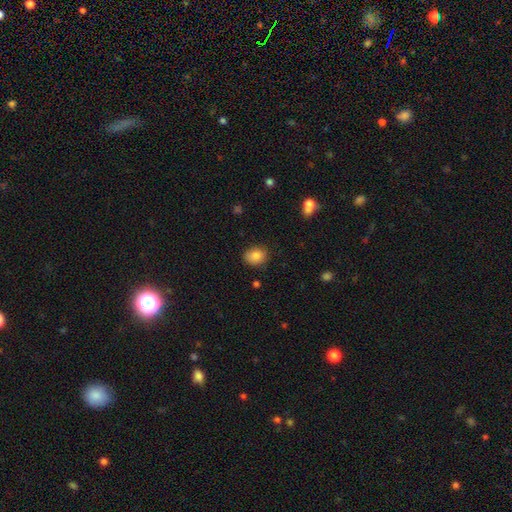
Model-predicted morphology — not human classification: Smooth or featured?
  - smooth: 84% *
  - star or artifact: 9%
  - featured or disk: 6%
How rounded?
  - round: 50% *
  - in between: 49%
  - cigar-shaped: 1%
Merging?
  - none: 82% *
  - minor disturbance: 14%
  - major disturbance: 3%
  - merger: 1%